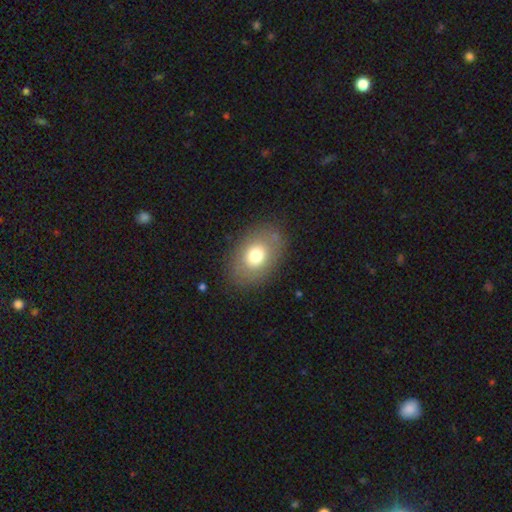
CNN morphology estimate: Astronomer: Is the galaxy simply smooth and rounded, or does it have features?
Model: smooth — 73%.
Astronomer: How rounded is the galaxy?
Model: in between — 76%.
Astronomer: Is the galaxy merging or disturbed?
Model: none — 83%.